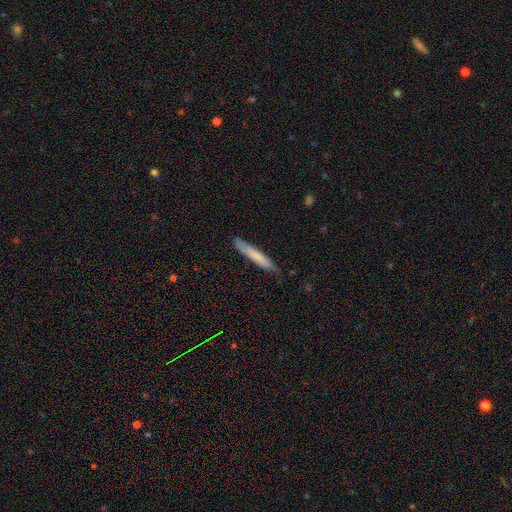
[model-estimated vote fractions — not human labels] smooth 70%, featured or disk 24%, star or artifact 6%. Down the decision tree: how rounded — cigar-shaped (94%); merging — none (80%).